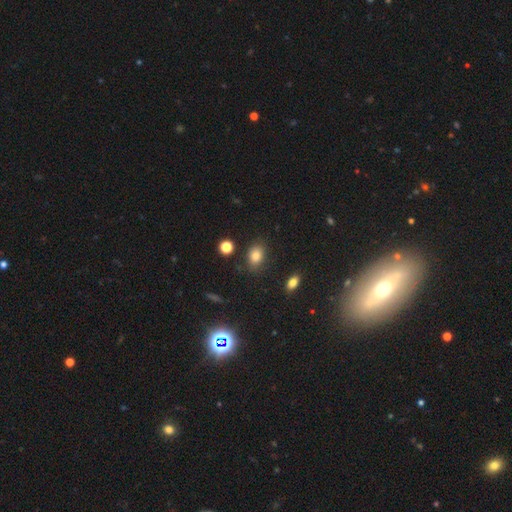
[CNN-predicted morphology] This is clearly a smooth galaxy (82%). How rounded: likely in between (73%). Merging: clearly none (80%).